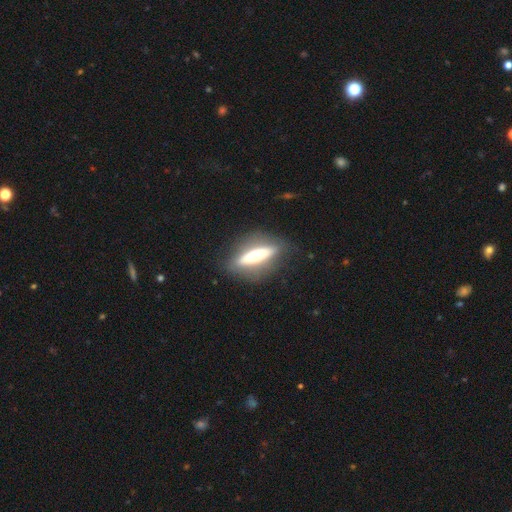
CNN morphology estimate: A featured or disk galaxy (52%) viewed edge-on (78%).

Vote fractions:
- Smooth or featured? featured or disk: 52% / smooth: 41% / star or artifact: 7%
- Edge-on disk? yes: 78% / no: 22%
- Merging? none: 83% / minor disturbance: 10% / major disturbance: 5% / merger: 1%